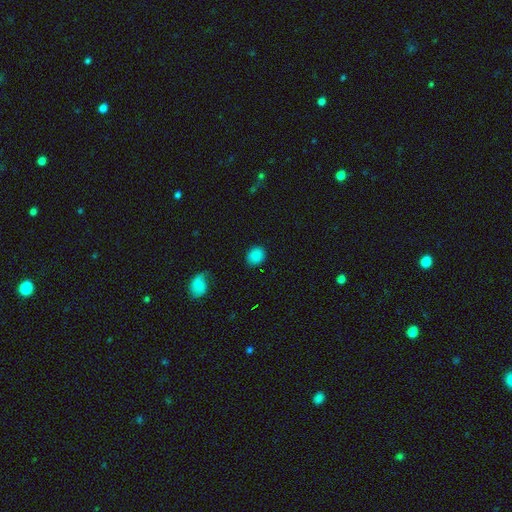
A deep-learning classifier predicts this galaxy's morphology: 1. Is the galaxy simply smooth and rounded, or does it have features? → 84% smooth, 11% star or artifact, 5% featured or disk.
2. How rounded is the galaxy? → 64% round, 35% in between, 1% cigar-shaped.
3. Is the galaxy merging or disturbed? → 85% none, 10% minor disturbance, 3% major disturbance, 2% merger.